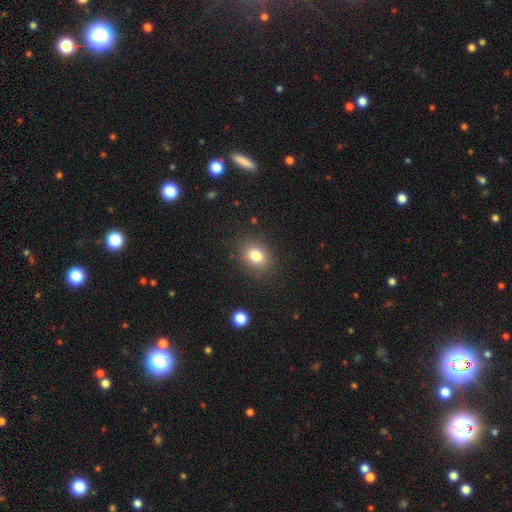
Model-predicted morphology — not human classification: This is likely a smooth galaxy (80%). How rounded: possibly in between (52%). Merging: clearly none (86%).